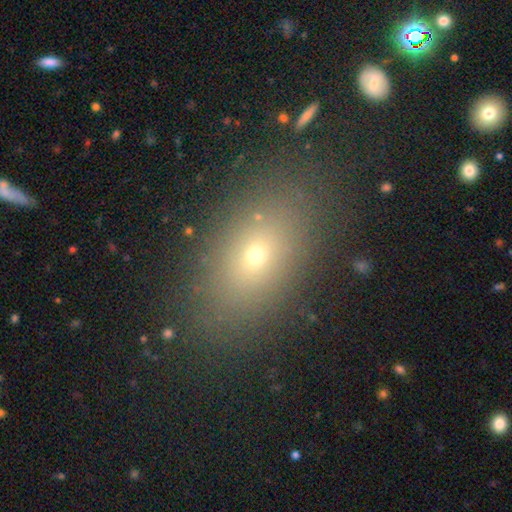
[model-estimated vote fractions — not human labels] Smooth or featured?
  - smooth: 64% *
  - star or artifact: 19%
  - featured or disk: 17%
How rounded?
  - in between: 81% *
  - round: 15%
  - cigar-shaped: 4%
Merging?
  - none: 80% *
  - minor disturbance: 12%
  - major disturbance: 6%
  - merger: 2%